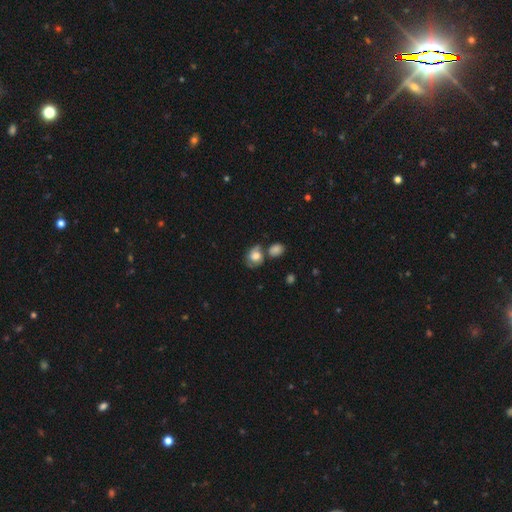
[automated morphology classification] smooth 63%, featured or disk 27%, star or artifact 9%. Down the decision tree: how rounded — round (59%); merging — none (46%).